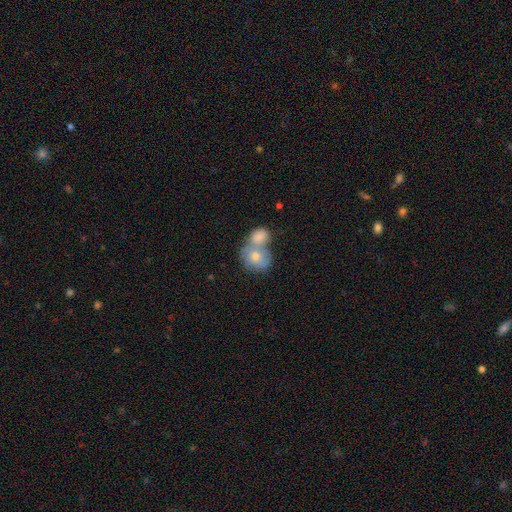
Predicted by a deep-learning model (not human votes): The model was most divided on "smooth or featured": smooth: 58%, featured or disk: 31%, star or artifact: 10%. More confident: how rounded — round (69%); merging — merger (65%).